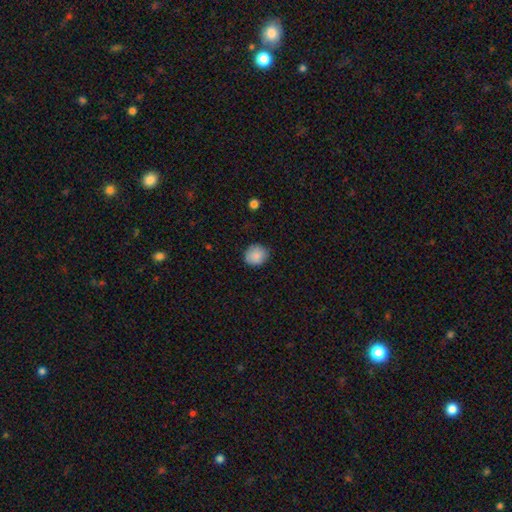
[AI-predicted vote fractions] Overall: smooth (87%). How rounded: round (78%). Merging: none (85%).